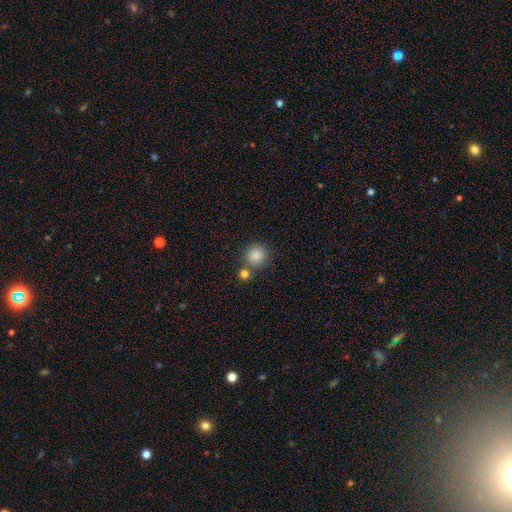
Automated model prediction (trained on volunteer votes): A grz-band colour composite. It shows a smooth galaxy with no disk features (86%) that is round (91%). Merging: none (71%).